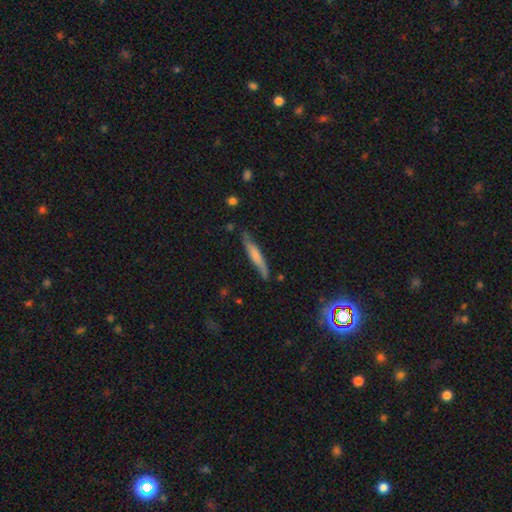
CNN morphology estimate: A smooth galaxy with no disk features (58%) that is cigar-shaped (93%). Merging: none (78%).